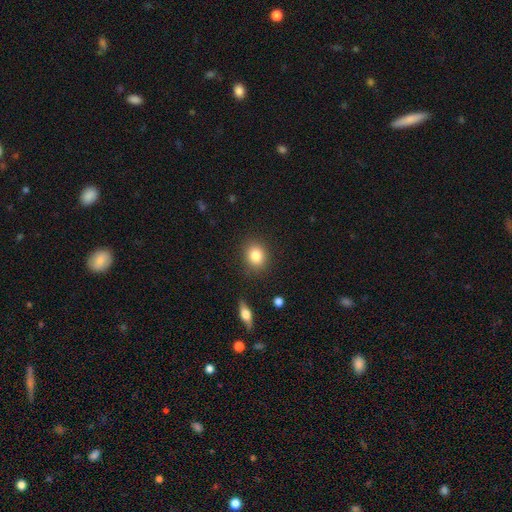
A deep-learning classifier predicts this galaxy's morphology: Overall: smooth (83%). How rounded: round (68%; in between 30%). Merging: none (87%).